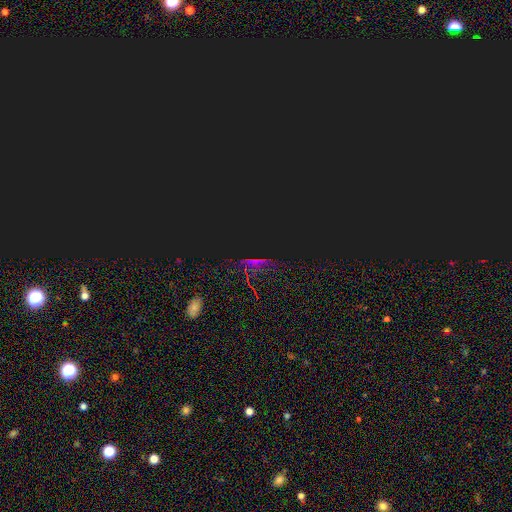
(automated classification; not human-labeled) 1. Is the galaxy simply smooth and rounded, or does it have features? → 82% star or artifact, 11% smooth, 8% featured or disk.